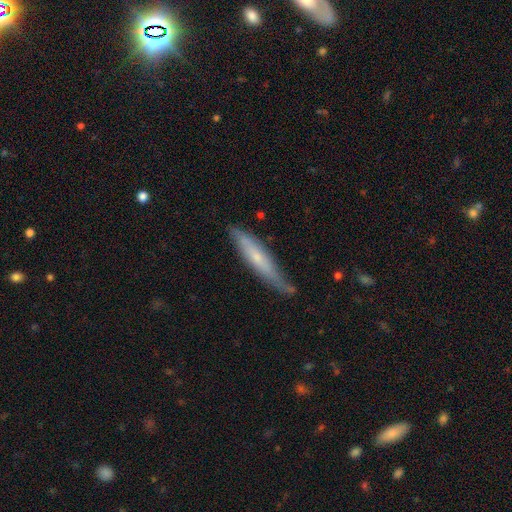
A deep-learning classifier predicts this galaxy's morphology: smooth-or-featured: smooth: 48% | featured or disk: 46% | star or artifact: 6%
  merging: none: 66% | minor disturbance: 26% | major disturbance: 5% | merger: 3%